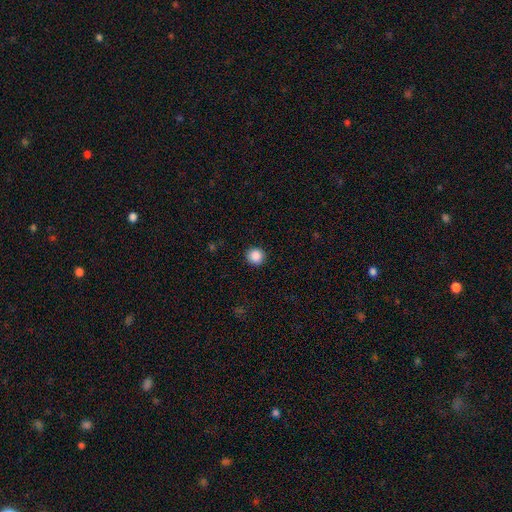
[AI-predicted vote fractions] Smooth or featured?
  - smooth: 88% *
  - star or artifact: 9%
  - featured or disk: 3%
How rounded?
  - round: 93% *
  - in between: 6%
  - cigar-shaped: 1%
Merging?
  - none: 92% *
  - minor disturbance: 5%
  - major disturbance: 2%
  - merger: 1%